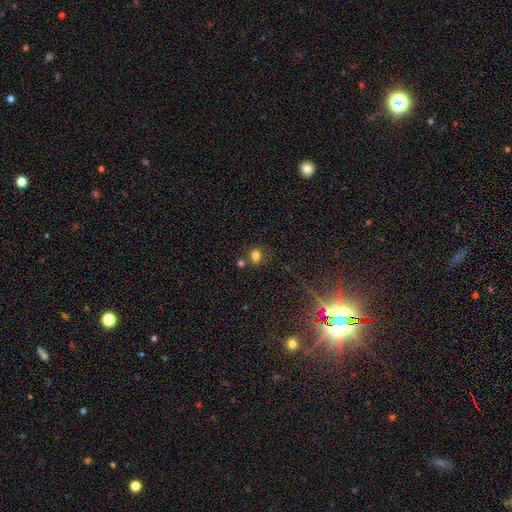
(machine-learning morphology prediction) A smooth galaxy with no disk features (77%) that is in between round and cigar-shaped (62%).

Vote fractions:
- Smooth or featured? smooth: 77% / star or artifact: 16% / featured or disk: 7%
- How rounded? in between: 62% / round: 36% / cigar-shaped: 1%
- Merging? none: 65% / merger: 16% / minor disturbance: 14% / major disturbance: 5%